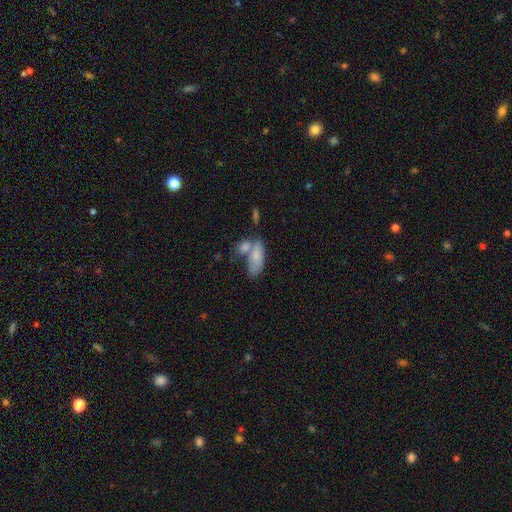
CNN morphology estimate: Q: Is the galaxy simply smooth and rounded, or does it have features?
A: smooth — 76%.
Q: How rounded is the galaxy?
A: in between — 84%.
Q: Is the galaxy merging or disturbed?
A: merger — 45%.